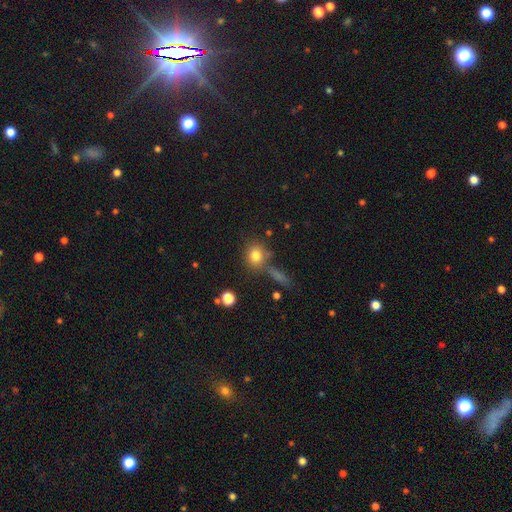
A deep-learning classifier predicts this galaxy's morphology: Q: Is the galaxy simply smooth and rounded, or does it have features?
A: smooth — 79%.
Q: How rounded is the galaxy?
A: round — 77%.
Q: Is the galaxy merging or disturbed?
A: none — 68%.